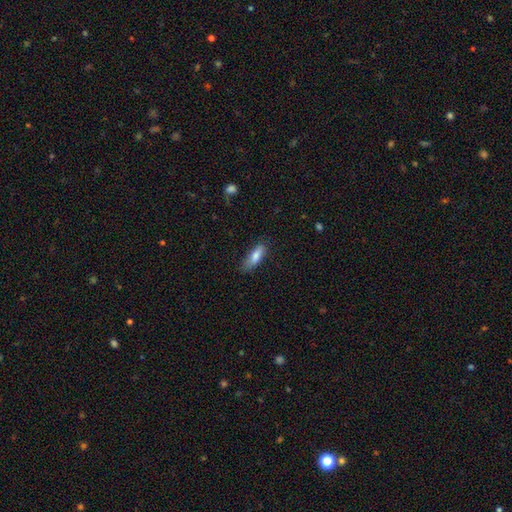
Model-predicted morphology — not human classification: smooth-or-featured: smooth: 79% | featured or disk: 15% | star or artifact: 7%
  how-rounded: in between: 57% | cigar-shaped: 41% | round: 2%
  merging: none: 74% | minor disturbance: 20% | major disturbance: 5% | merger: 1%